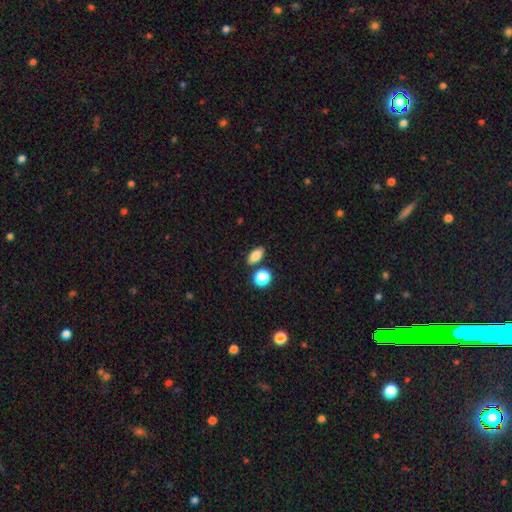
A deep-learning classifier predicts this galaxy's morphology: This appears to be a smooth galaxy with no disk features (83%) that is in between round and cigar-shaped (83%). Merging: none (79%).